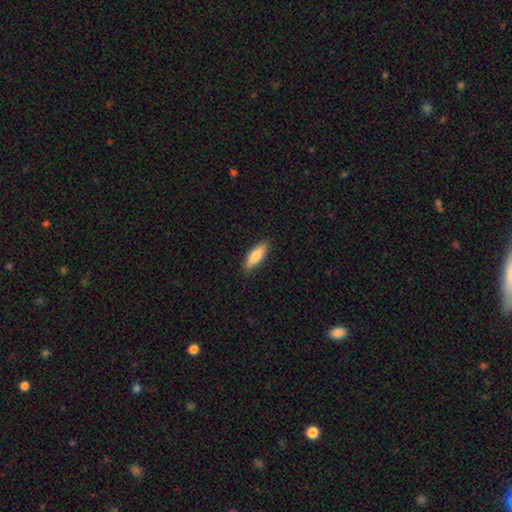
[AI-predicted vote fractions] Smooth or featured? Predicted: smooth (p=0.75). How rounded? Predicted: in between (p=0.52). Merging? Predicted: none (p=0.89).